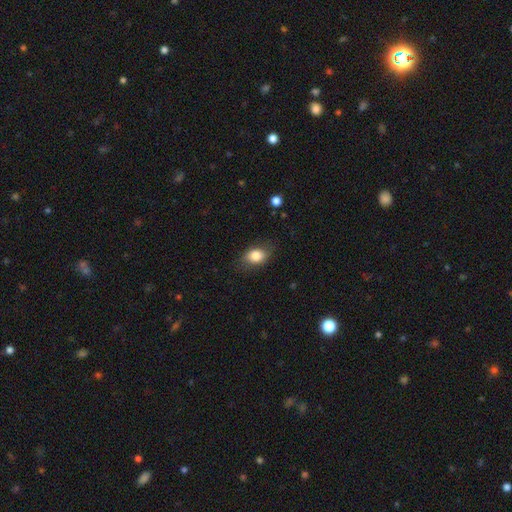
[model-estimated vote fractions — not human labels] Smooth or featured?
  - smooth: 82% *
  - featured or disk: 10%
  - star or artifact: 8%
How rounded?
  - in between: 73% *
  - round: 25%
  - cigar-shaped: 2%
Merging?
  - none: 74% *
  - minor disturbance: 20%
  - major disturbance: 5%
  - merger: 1%